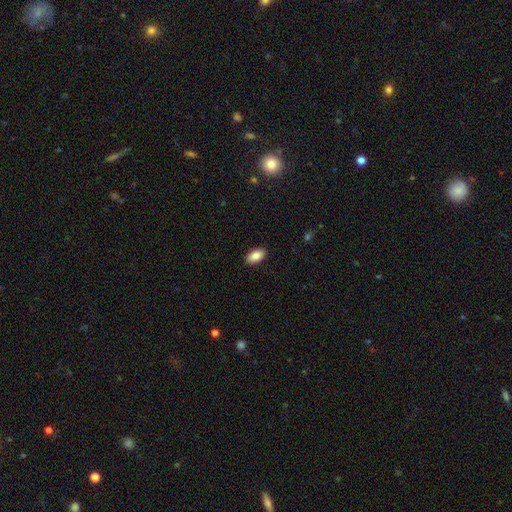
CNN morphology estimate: Smooth or featured: smooth — 87% (star or artifact — 7%)
How rounded: in between — 94% (round — 4%)
Merging: none — 90% (minor disturbance — 7%)